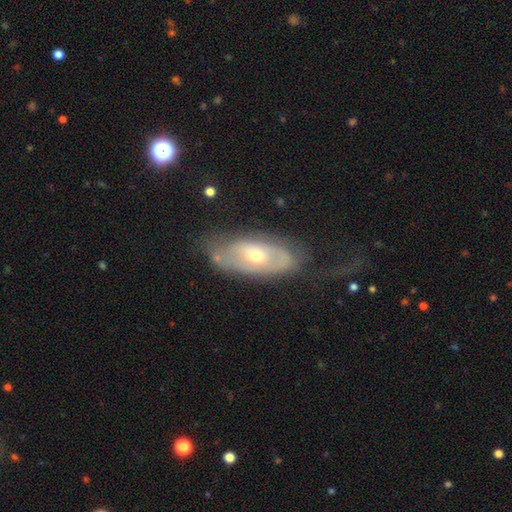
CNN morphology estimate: smooth-or-featured: featured or disk: 61% | smooth: 33% | star or artifact: 7%
  disk-edge-on: no: 87% | yes: 13%
    bar: no: 76% | weak: 18% | strong: 6%
    has-spiral-arms: no: 54% | yes: 46%
    bulge-size: moderate: 49% | small: 46% | large: 3% | dominant: 1% | none: 1%
  merging: none: 54% | minor disturbance: 26% | major disturbance: 16% | merger: 4%